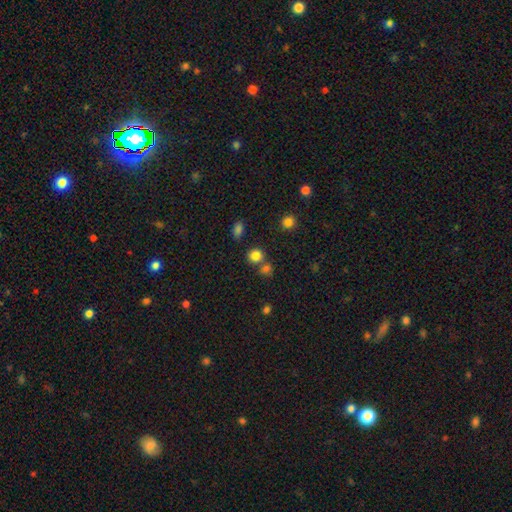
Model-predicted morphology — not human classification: The model was most divided on "merging": none: 67%, merger: 21%, minor disturbance: 9%, major disturbance: 3%. More confident: how rounded — round (83%); smooth or featured — smooth (80%).